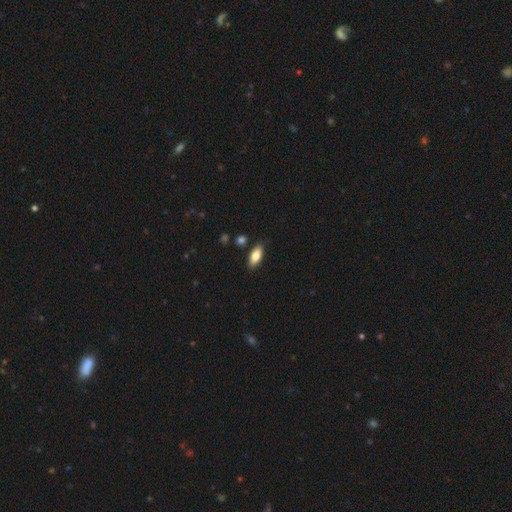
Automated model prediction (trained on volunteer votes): Smooth or featured? Predicted: smooth (p=0.79). How rounded? Predicted: in between (p=0.84). Merging? Predicted: none (p=0.86).